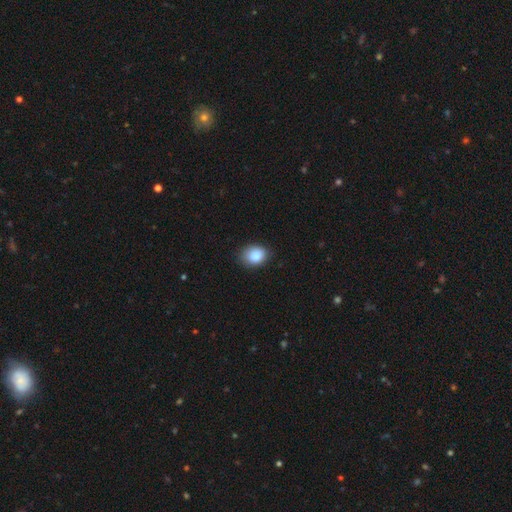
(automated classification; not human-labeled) Smooth or featured? Predicted: smooth (p=0.87). How rounded? Predicted: in between (p=0.61). Merging? Predicted: none (p=0.76).